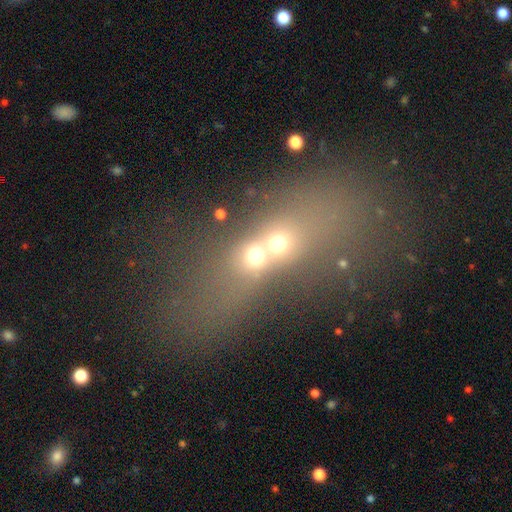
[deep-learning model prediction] Overall: smooth (62%). How rounded: round (62%; in between 35%). Merging: merger (74%).